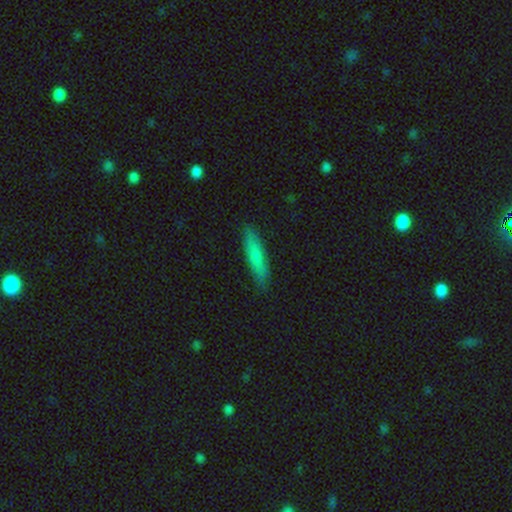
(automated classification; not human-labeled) A smooth galaxy with no disk features (77%) that is cigar-shaped (83%).

Vote fractions:
- Smooth or featured? smooth: 77% / featured or disk: 17% / star or artifact: 6%
- How rounded? cigar-shaped: 83% / in between: 16% / round: 2%
- Merging? none: 87% / minor disturbance: 10% / major disturbance: 2% / merger: 1%